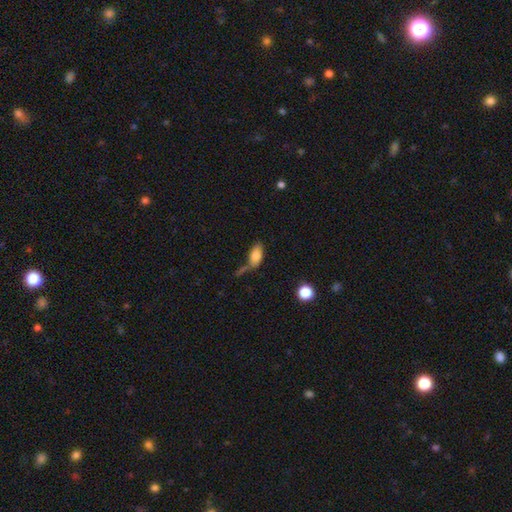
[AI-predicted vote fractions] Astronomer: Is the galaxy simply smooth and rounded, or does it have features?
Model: smooth — 80%.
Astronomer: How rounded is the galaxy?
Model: in between — 90%.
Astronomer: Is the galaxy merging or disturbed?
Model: none — 49%.